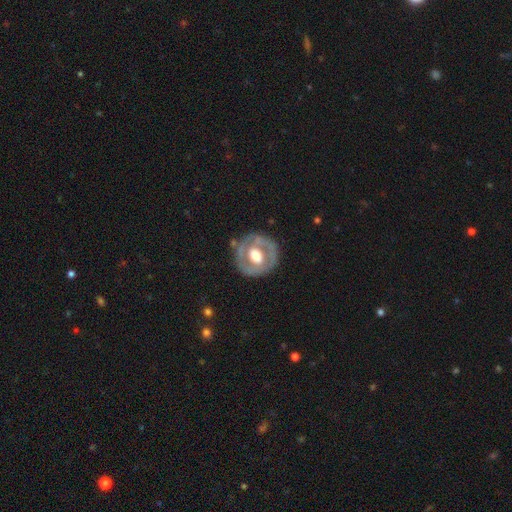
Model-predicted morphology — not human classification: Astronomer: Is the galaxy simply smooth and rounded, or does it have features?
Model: featured or disk — 64%.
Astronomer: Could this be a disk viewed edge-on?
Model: no — 96%.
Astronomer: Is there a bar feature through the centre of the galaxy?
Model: no — 60%.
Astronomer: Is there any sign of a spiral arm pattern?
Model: no — 73%.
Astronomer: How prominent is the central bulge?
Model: moderate — 49% (runner-up: large, 41%).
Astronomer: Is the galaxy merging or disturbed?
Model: none — 75%.